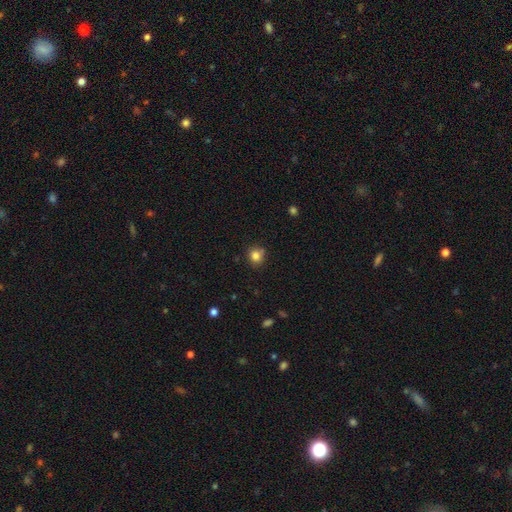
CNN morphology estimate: The model was most divided on "merging": none: 75%, minor disturbance: 17%, merger: 5%, major disturbance: 3%. More confident: how rounded — round (85%); smooth or featured — smooth (82%).